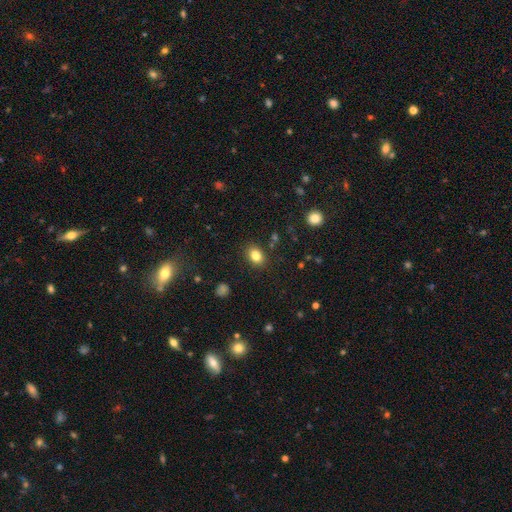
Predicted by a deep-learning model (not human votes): The model was most divided on "how rounded": in between: 64%, round: 35%, cigar-shaped: 1%. More confident: merging — none (87%); smooth or featured — smooth (82%).